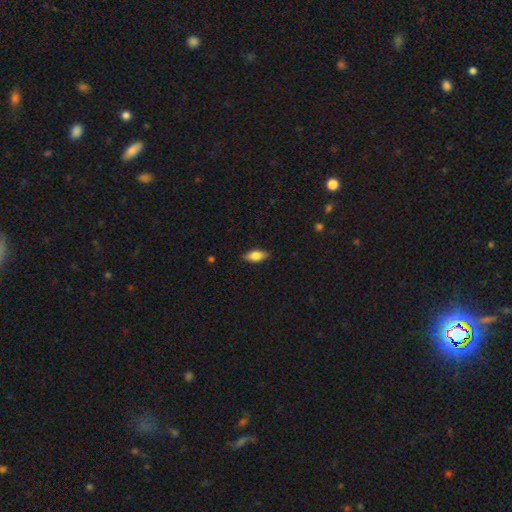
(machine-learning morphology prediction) type=smooth (77%); roundness=in between (85%); merging=none (85%).